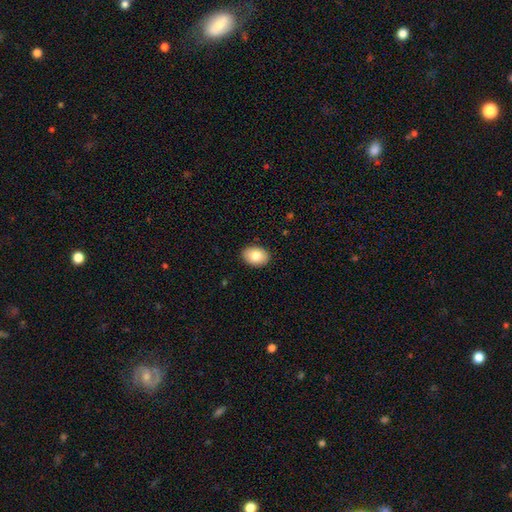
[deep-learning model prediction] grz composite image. It shows a smooth galaxy with no disk features (84%) that is in between round and cigar-shaped (75%). Merging: none (90%).